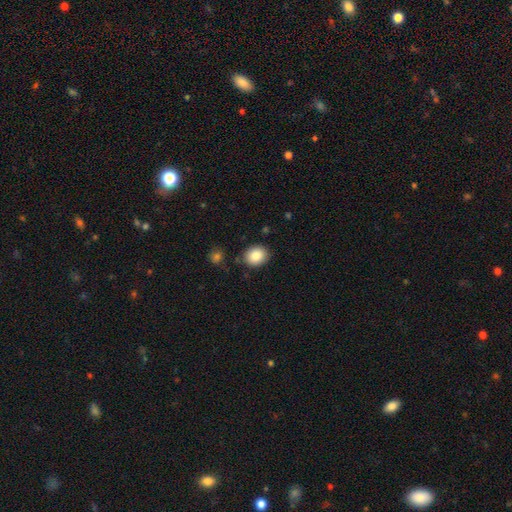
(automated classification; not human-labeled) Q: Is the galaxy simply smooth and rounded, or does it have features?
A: smooth — 86%.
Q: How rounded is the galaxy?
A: round — 55%.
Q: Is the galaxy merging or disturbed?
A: none — 85%.